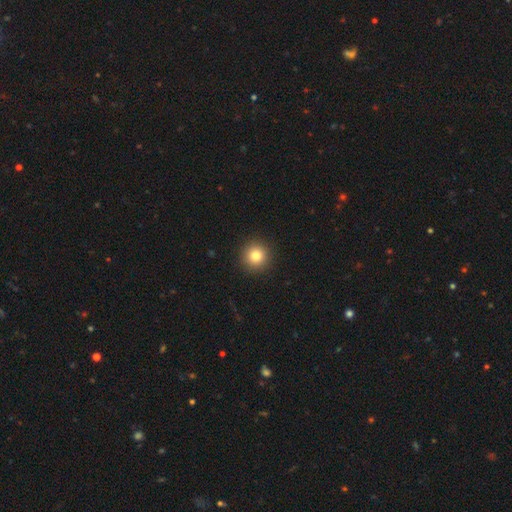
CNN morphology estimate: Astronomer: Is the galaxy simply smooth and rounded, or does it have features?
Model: smooth — 82%.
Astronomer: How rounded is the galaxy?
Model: round — 95%.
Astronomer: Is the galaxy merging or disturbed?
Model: none — 92%.